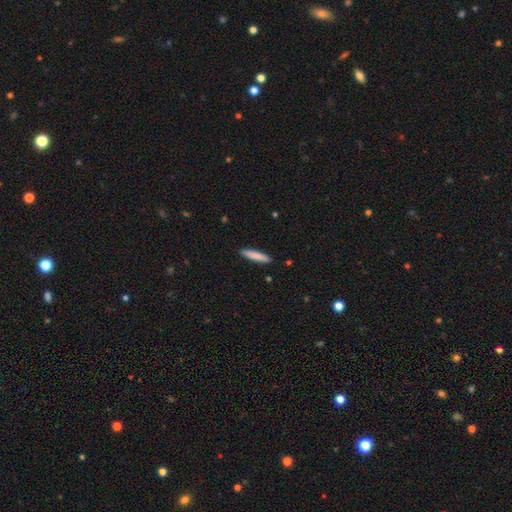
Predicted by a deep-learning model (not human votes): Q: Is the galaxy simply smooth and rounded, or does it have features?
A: smooth — 83%.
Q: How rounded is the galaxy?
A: cigar-shaped — 89%.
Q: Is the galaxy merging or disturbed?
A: none — 91%.